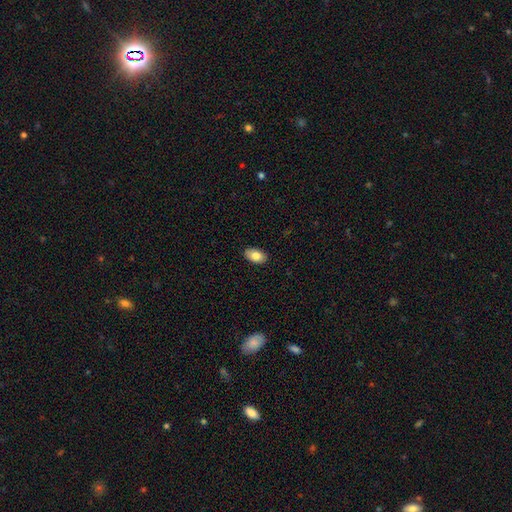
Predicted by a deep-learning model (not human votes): This appears to be a smooth galaxy with no disk features (81%) that is in between round and cigar-shaped (92%). Merging: none (89%).